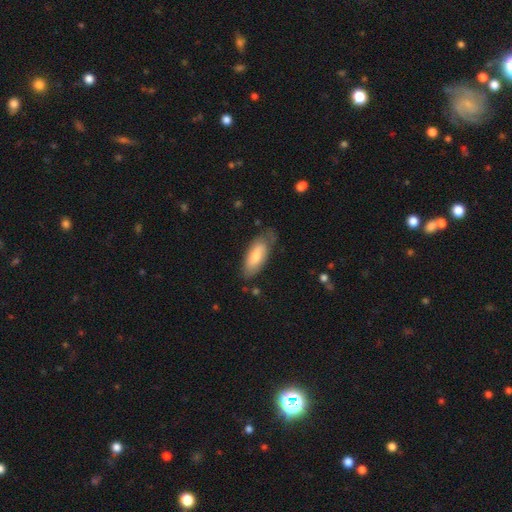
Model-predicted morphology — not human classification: Smooth or featured?
  - smooth: 70% *
  - featured or disk: 24%
  - star or artifact: 6%
How rounded?
  - in between: 80% *
  - cigar-shaped: 18%
  - round: 2%
Merging?
  - none: 62% *
  - minor disturbance: 28%
  - major disturbance: 7%
  - merger: 2%